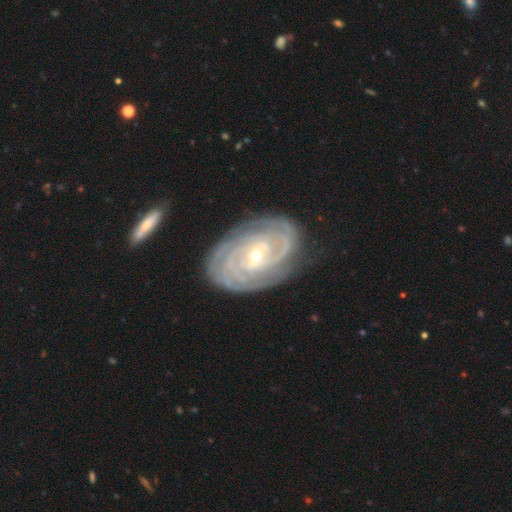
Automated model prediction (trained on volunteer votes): This appears to be a featured or disk galaxy (91%) with no bar (47%), 3 (23%) tight (84%) spiral arms (98%) and a small central bulge (67%). Merging: none (79%).